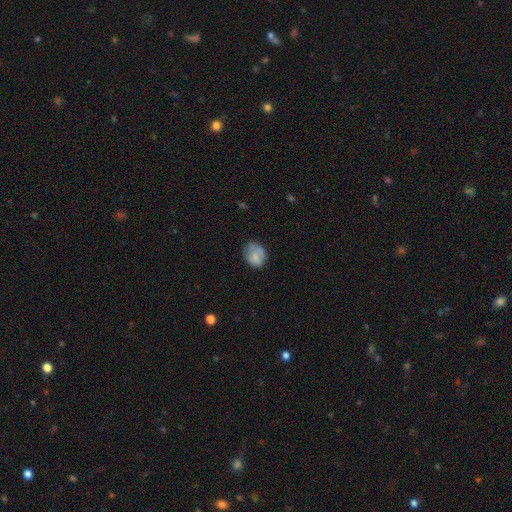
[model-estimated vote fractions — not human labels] The model was most divided on "how rounded": in between: 56%, round: 43%, cigar-shaped: 1%. More confident: smooth or featured — smooth (69%); merging — none (54%).